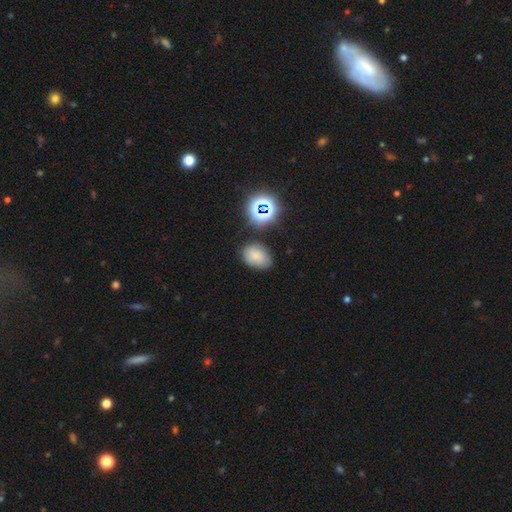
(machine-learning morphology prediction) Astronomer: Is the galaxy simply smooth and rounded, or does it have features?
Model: smooth — 70%.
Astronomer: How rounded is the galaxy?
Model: in between — 74%.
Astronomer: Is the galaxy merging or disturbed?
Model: none — 73%.